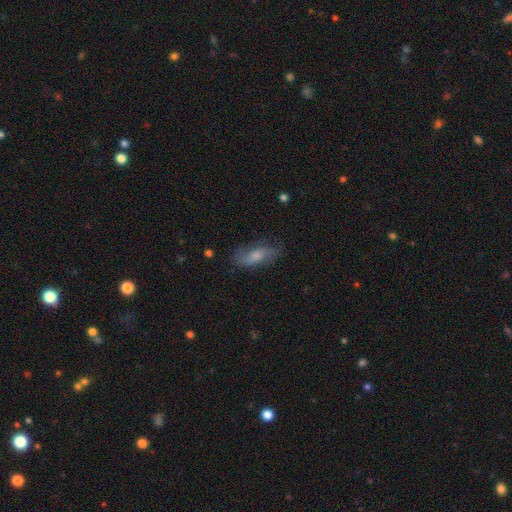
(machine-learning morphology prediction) Smooth or featured? Predicted: smooth (p=0.48). Merging? Predicted: none (p=0.75).